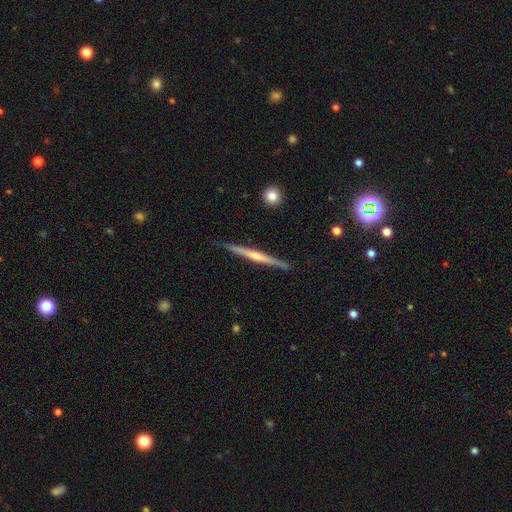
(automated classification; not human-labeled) A featured or disk galaxy (75%) viewed edge-on (98%) with a rounded central bulge (73%). Merging: none (90%).